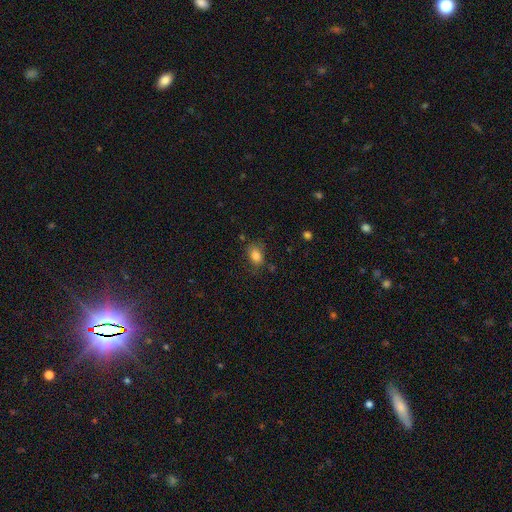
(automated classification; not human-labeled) The model was most divided on "how rounded": in between: 71%, round: 28%, cigar-shaped: 1%. More confident: smooth or featured — smooth (83%); merging — none (74%).